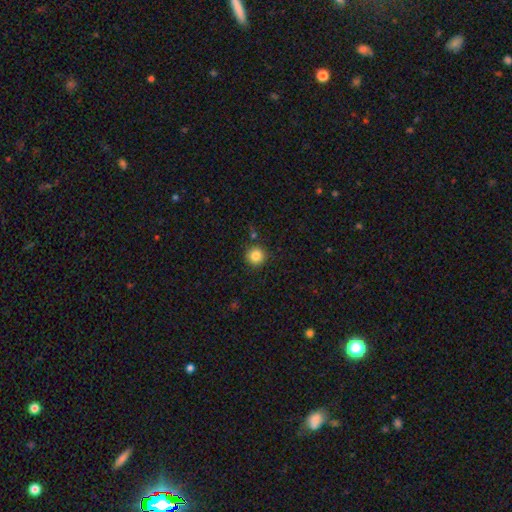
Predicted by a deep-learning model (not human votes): smooth-or-featured: smooth: 84% | star or artifact: 11% | featured or disk: 5%
  how-rounded: round: 95% | in between: 4% | cigar-shaped: 1%
  merging: none: 87% | minor disturbance: 7% | merger: 3% | major disturbance: 2%